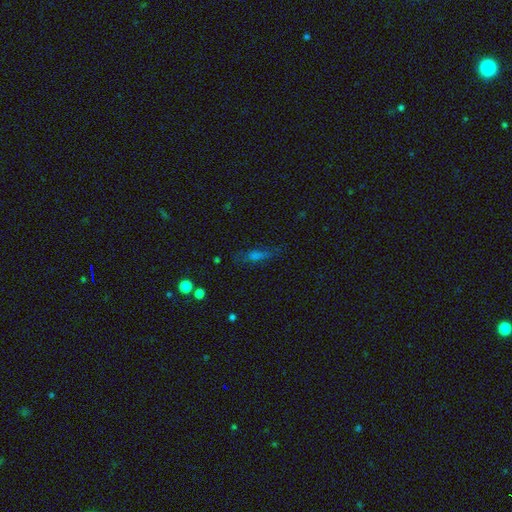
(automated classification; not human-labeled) Smooth or featured: smooth — 45% (featured or disk — 30%)
Merging: none — 69% (minor disturbance — 19%)